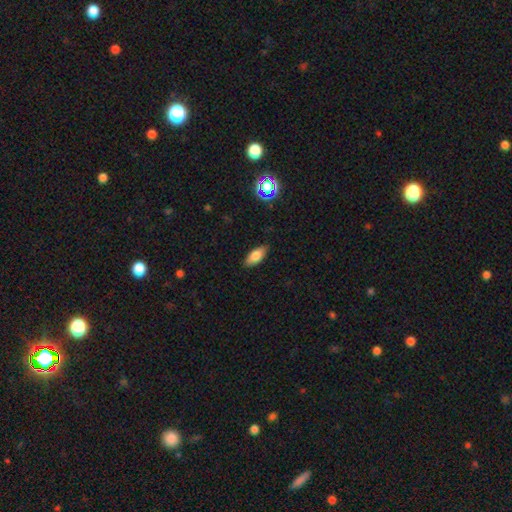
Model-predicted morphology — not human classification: A smooth galaxy with no disk features (79%) that is in between round and cigar-shaped (84%). Merging: none (86%).